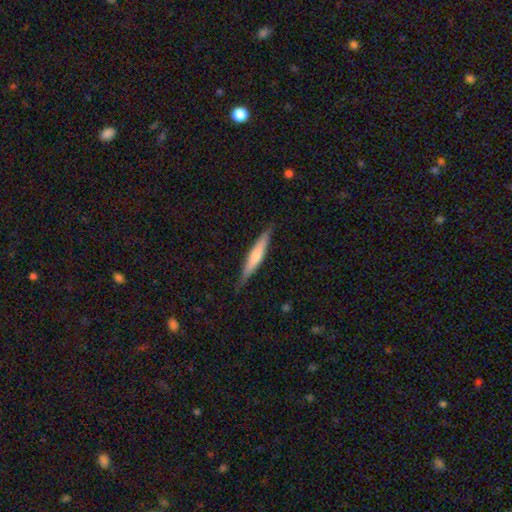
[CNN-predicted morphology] featured or disk 49%, smooth 46%, star or artifact 6%. Down the decision tree: merging — none (87%).